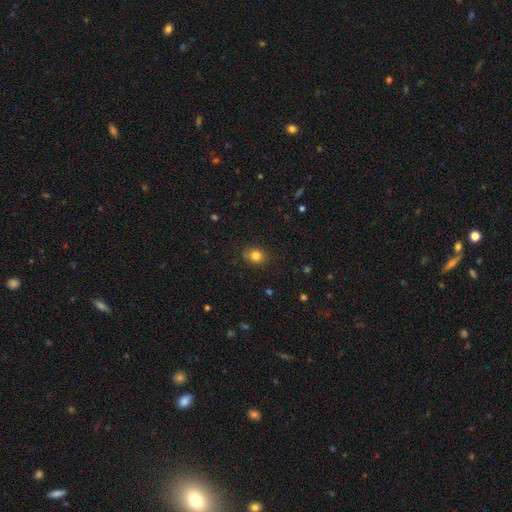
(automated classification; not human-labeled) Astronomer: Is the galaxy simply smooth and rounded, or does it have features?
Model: smooth — 83%.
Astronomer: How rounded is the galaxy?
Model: round — 55% (runner-up: in between, 44%).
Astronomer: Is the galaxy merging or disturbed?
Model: none — 81%.